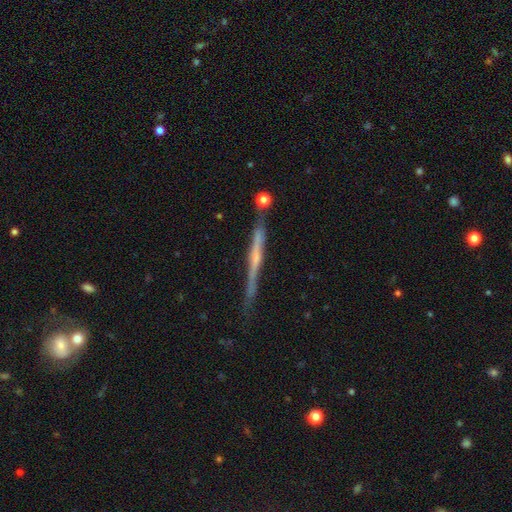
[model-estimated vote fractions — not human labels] Smooth or featured? Predicted: featured or disk (p=0.69). Edge-on disk? Predicted: yes (p=0.97). Edge-on bulge? Predicted: none (p=0.56). Merging? Predicted: none (p=0.74).